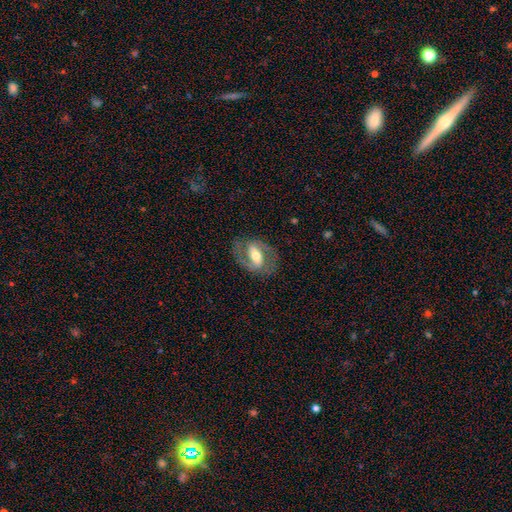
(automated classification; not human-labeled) Smooth or featured?
  - featured or disk: 75% *
  - smooth: 20%
  - star or artifact: 6%
Edge-on disk?
  - no: 92% *
  - yes: 8%
Bar?
  - strong: 54% *
  - weak: 32%
  - no: 15%
Spiral arms?
  - yes: 78% *
  - no: 22%
Spiral winding?
  - medium: 50% *
  - tight: 26%
  - loose: 23%
Spiral arm count?
  - 2: 84% *
  - can't tell: 8%
  - 1: 5%
  - 3: 1%
  - 4: 1%
  - more than 4: 1%
Bulge size?
  - moderate: 65% *
  - small: 20%
  - large: 12%
  - dominant: 1%
  - none: 1%
Merging?
  - none: 76% *
  - minor disturbance: 14%
  - major disturbance: 9%
  - merger: 1%